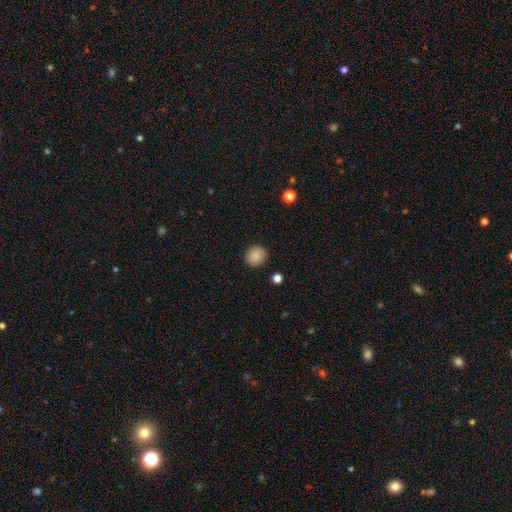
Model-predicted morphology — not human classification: Q: Smooth or featured?
A: smooth (87%); runner-up: star or artifact (9%)
Q: How rounded?
A: round (86%); runner-up: in between (13%)
Q: Merging?
A: none (91%); runner-up: minor disturbance (6%)